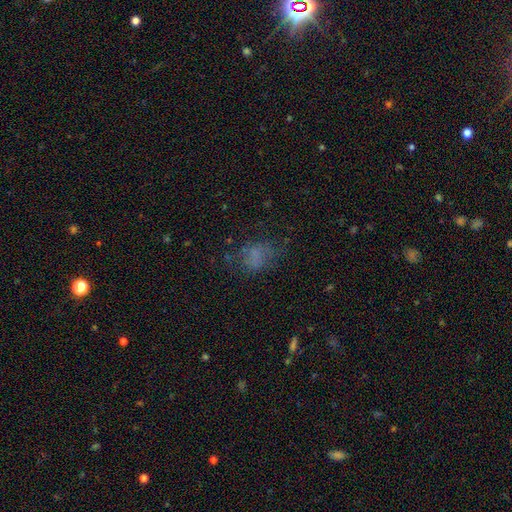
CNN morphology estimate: type=smooth (57%); roundness=in between (63%); merging=none (52%).